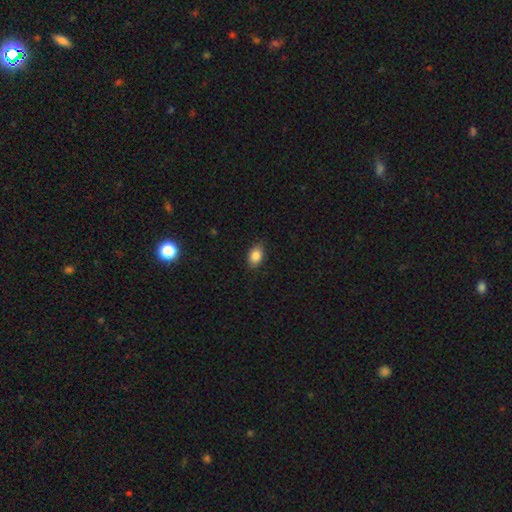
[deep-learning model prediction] Smooth or featured? smooth (86%)
How rounded? in between (84%)
Merging? none (85%)